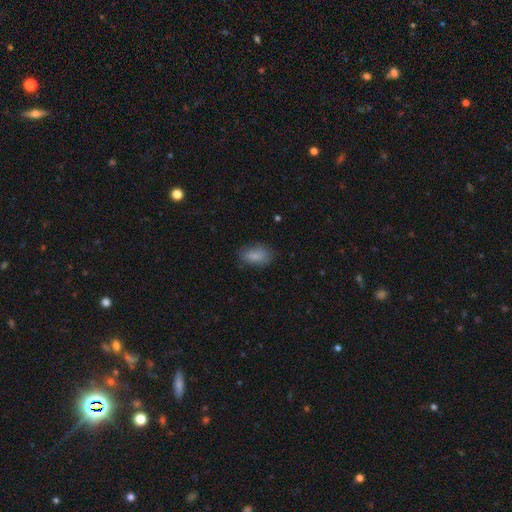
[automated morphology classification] smooth_or_featured: smooth (p=0.86) [alt: star or artifact p=0.08]
how_rounded: in between (p=0.88) [alt: round p=0.08]
merging: none (p=0.76) [alt: minor disturbance p=0.18]